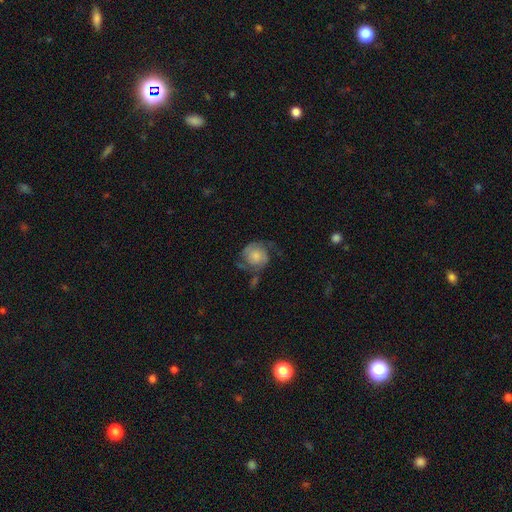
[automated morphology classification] This appears to be a featured or disk galaxy (56%) with no bar (80%), spiral arms (88%) and a small central bulge (39%). Merging: none (52%).